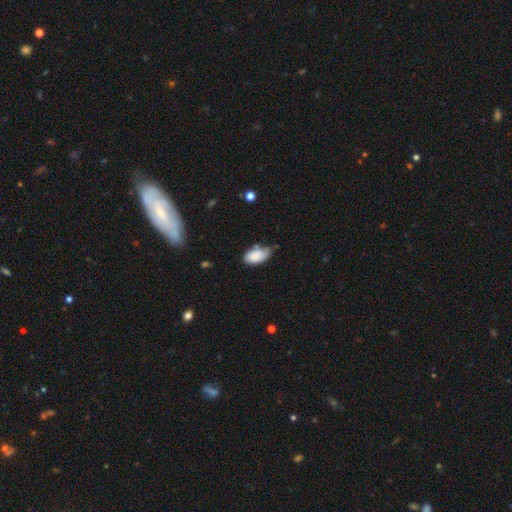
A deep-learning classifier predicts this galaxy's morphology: Smooth or featured: smooth — 84% (featured or disk — 8%)
How rounded: in between — 94% (round — 3%)
Merging: none — 46% (minor disturbance — 39%)